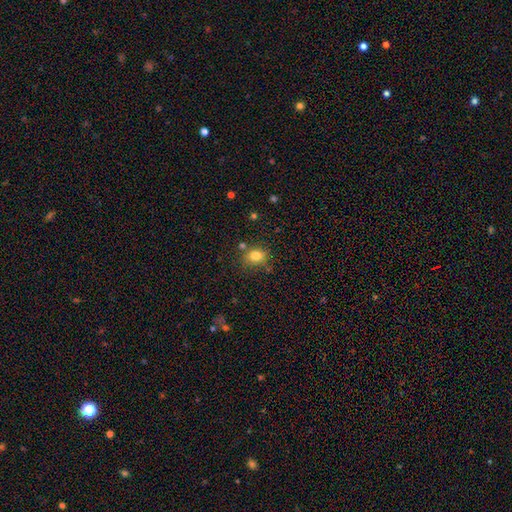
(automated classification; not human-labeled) Morphology: type=smooth (81%); roundness=round (53%); merging=none (72%).